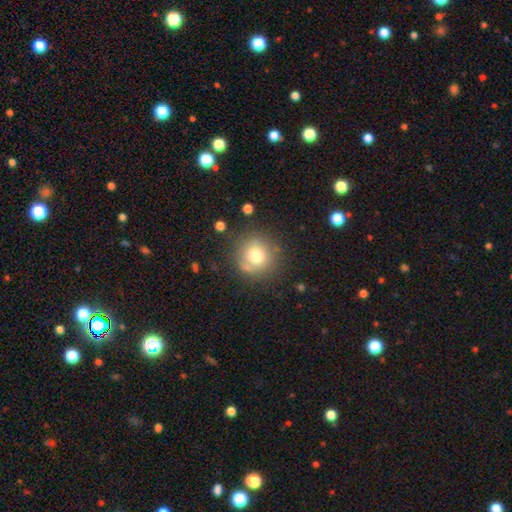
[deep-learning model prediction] This is likely a smooth galaxy (72%). How rounded: clearly round (92%). Merging: likely none (75%).